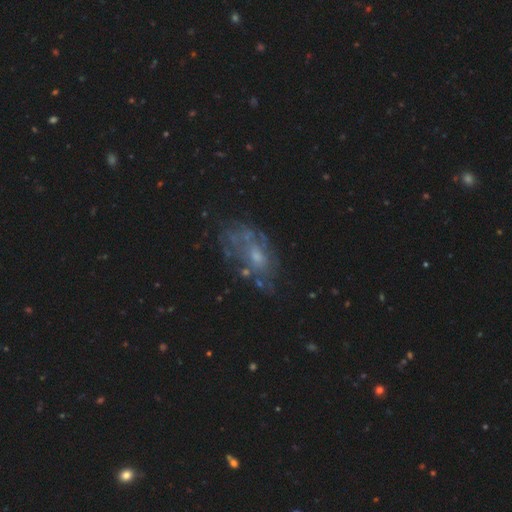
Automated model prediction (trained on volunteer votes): A featured or disk galaxy (63%) with no bar (81%), no spiral arms (67%) and a small central bulge (44%). Merging: none (53%).